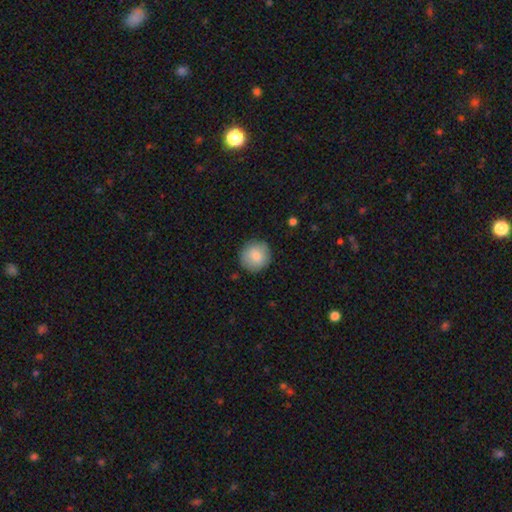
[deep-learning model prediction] Smooth or featured? Predicted: smooth (p=0.83). How rounded? Predicted: round (p=0.94). Merging? Predicted: none (p=0.88).